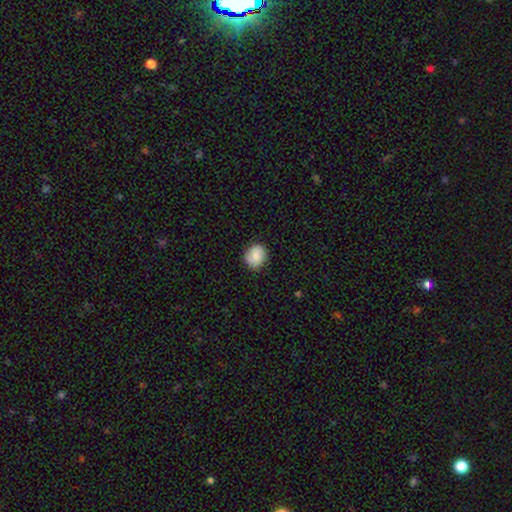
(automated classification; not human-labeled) Smooth or featured: smooth — 83% (featured or disk — 9%)
How rounded: round — 75% (in between — 24%)
Merging: none — 84% (minor disturbance — 13%)